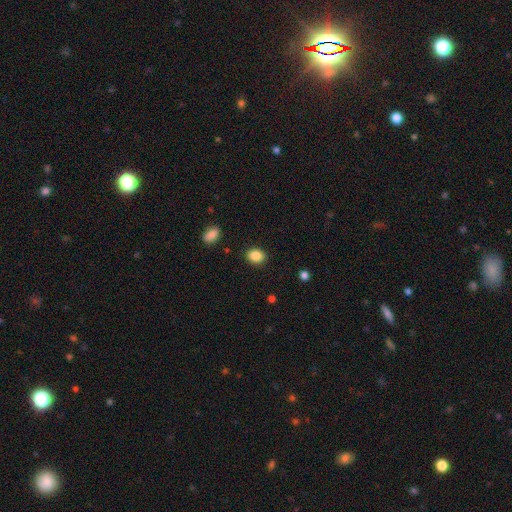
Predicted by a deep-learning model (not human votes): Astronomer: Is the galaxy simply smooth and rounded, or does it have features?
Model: smooth — 87%.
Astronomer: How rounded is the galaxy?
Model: in between — 52% (runner-up: round, 47%).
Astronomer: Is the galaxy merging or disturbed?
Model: none — 89%.